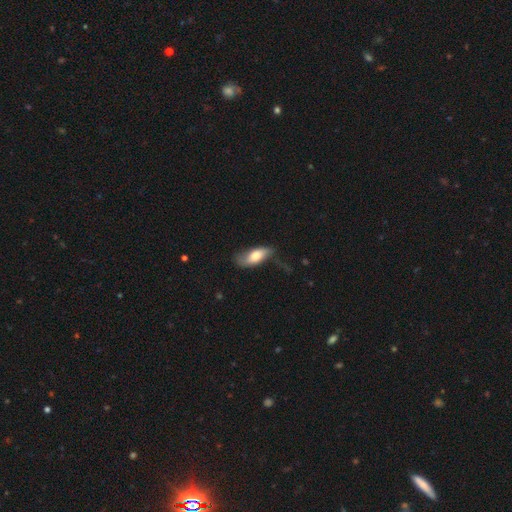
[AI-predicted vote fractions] The model was most divided on "merging": none: 53%, minor disturbance: 31%, major disturbance: 14%, merger: 3%. More confident: how rounded — in between (78%); smooth or featured — smooth (62%).